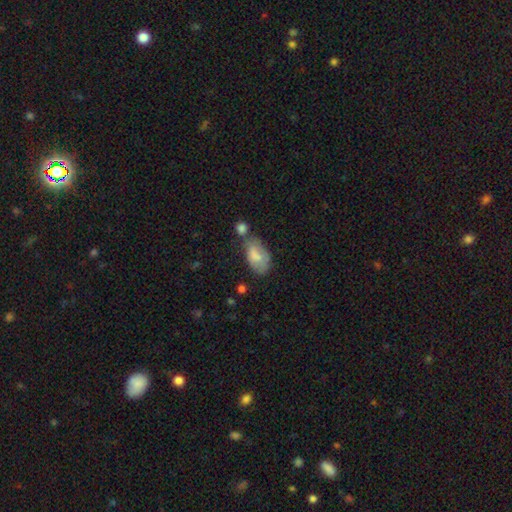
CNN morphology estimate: A smooth galaxy with no disk features (77%) that is in between round and cigar-shaped (93%).

Vote fractions:
- Smooth or featured? smooth: 77% / featured or disk: 16% / star or artifact: 7%
- How rounded? in between: 93% / round: 4% / cigar-shaped: 2%
- Merging? none: 38% / minor disturbance: 28% / merger: 21% / major disturbance: 12%